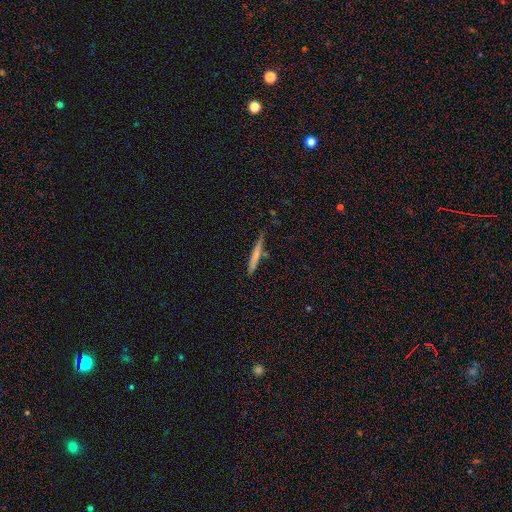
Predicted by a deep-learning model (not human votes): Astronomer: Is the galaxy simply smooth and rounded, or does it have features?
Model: smooth — 63%.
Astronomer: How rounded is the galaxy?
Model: cigar-shaped — 95%.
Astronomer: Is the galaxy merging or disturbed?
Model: none — 75%.